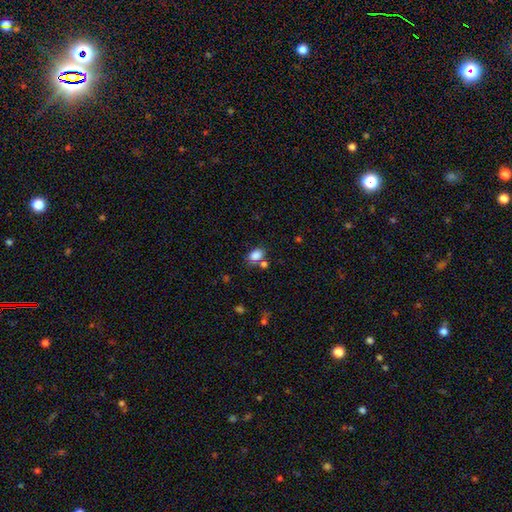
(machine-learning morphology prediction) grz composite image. It shows a smooth galaxy with no disk features (84%) that is in between round and cigar-shaped (78%). Merging: none (61%).